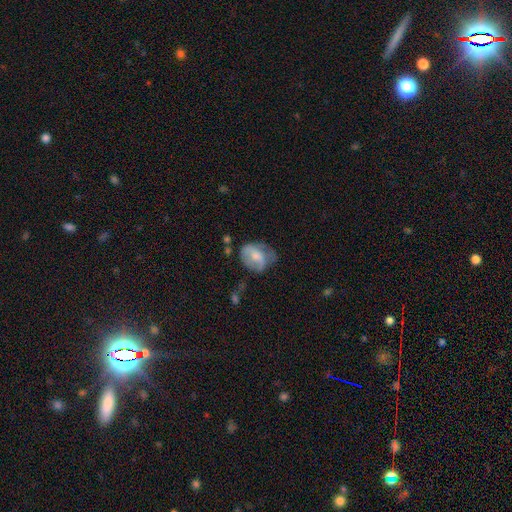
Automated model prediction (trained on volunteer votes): A smooth galaxy with no disk features (51%) that is in between round and cigar-shaped (59%).

Vote fractions:
- Smooth or featured? smooth: 51% / featured or disk: 41% / star or artifact: 8%
- How rounded? in between: 59% / round: 39% / cigar-shaped: 1%
- Merging? none: 41% / minor disturbance: 33% / major disturbance: 23% / merger: 3%